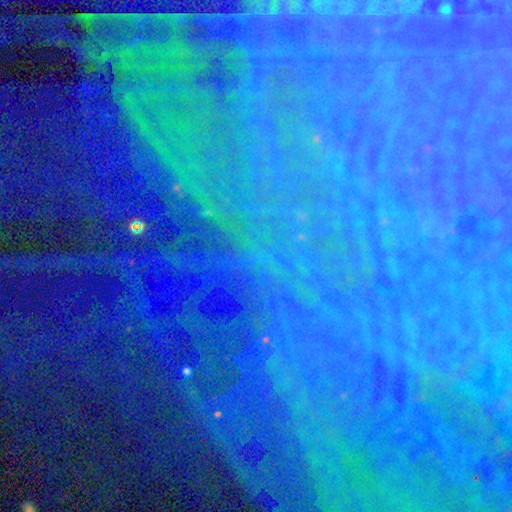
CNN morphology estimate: Smooth or featured?
  - star or artifact: 84% *
  - featured or disk: 9%
  - smooth: 8%